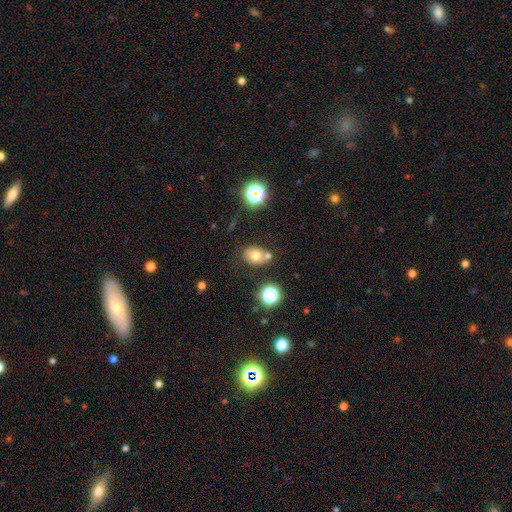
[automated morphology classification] This appears to be a smooth galaxy with no disk features (69%) that is in between round and cigar-shaped (59%). Merging: none (59%).